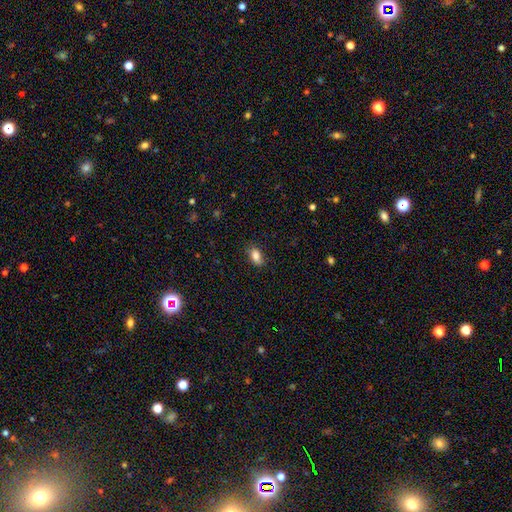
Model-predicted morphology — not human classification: This is clearly a smooth galaxy (83%). How rounded: clearly in between (87%). Merging: likely none (73%).